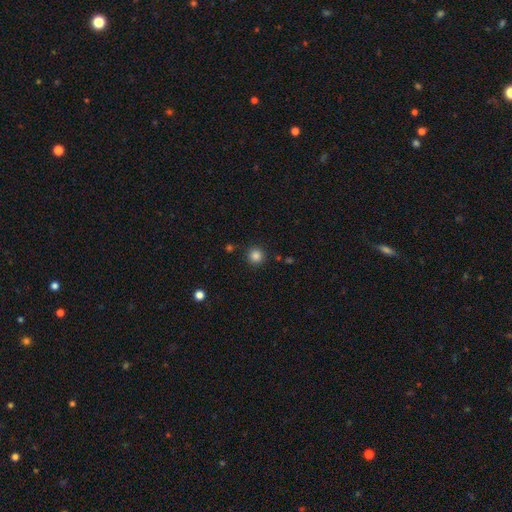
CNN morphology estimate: Q: Smooth or featured?
A: smooth (85%); runner-up: star or artifact (12%)
Q: How rounded?
A: round (95%); runner-up: in between (4%)
Q: Merging?
A: none (89%); runner-up: minor disturbance (7%)